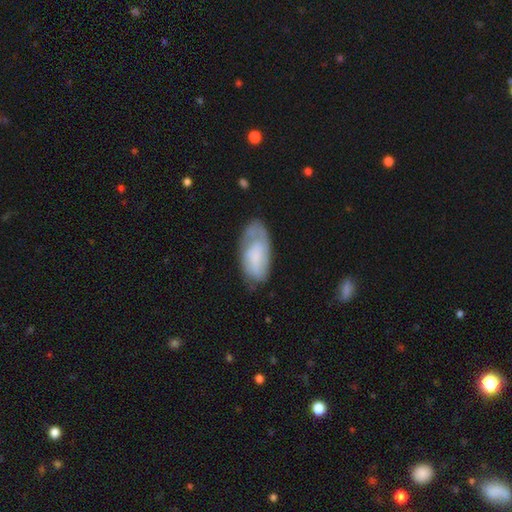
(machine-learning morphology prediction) The model was most divided on "smooth or featured": smooth: 52%, featured or disk: 41%, star or artifact: 7%. More confident: how rounded — in between (91%); merging — none (53%).